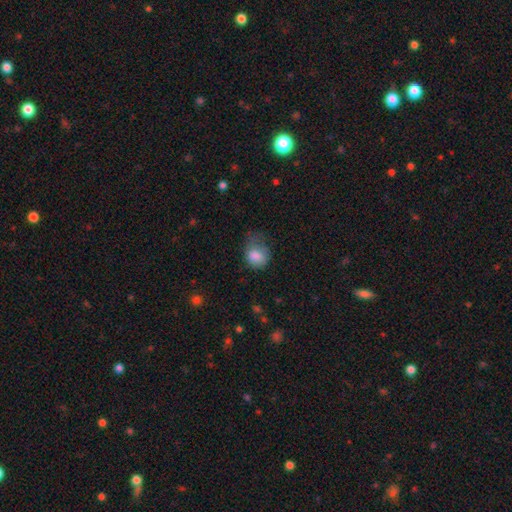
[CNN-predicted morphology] This appears to be a smooth galaxy with no disk features (83%) that is round (58%). Merging: minor disturbance (36%).